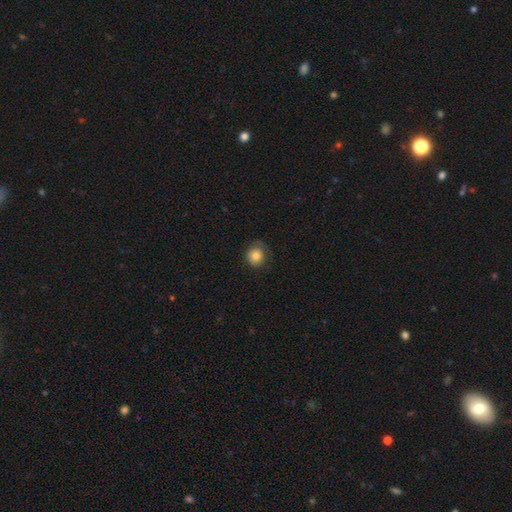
Smooth or featured? 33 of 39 (85%) said smooth. How rounded? 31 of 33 (94%) said round. Merging? 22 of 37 (59%) said none.